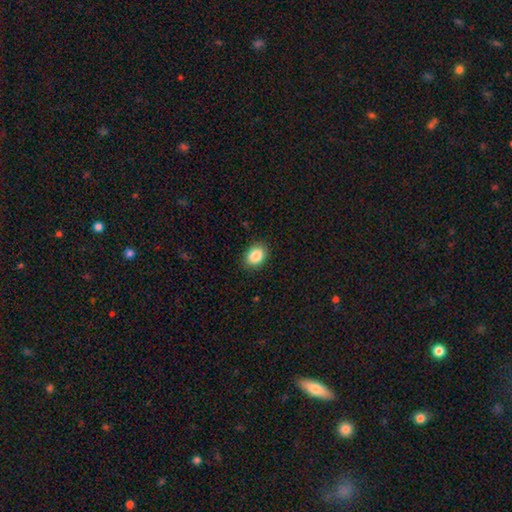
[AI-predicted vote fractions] Smooth or featured?
  - smooth: 87% *
  - star or artifact: 8%
  - featured or disk: 5%
How rounded?
  - in between: 65% *
  - round: 34%
  - cigar-shaped: 1%
Merging?
  - none: 88% *
  - minor disturbance: 9%
  - major disturbance: 2%
  - merger: 1%